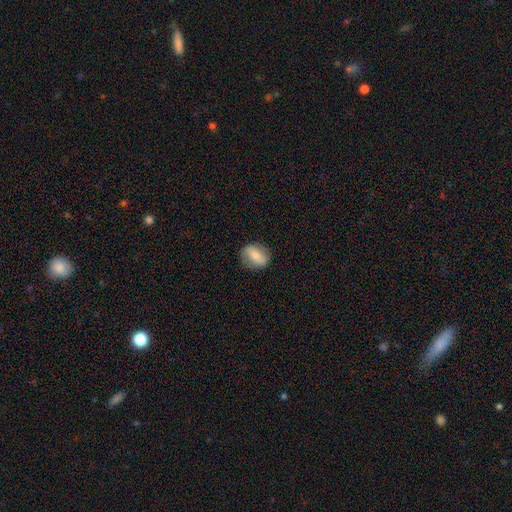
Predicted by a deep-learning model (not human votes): Smooth or featured: smooth — 57% (featured or disk — 36%)
How rounded: round — 49% (in between — 48%)
Merging: none — 83% (minor disturbance — 12%)